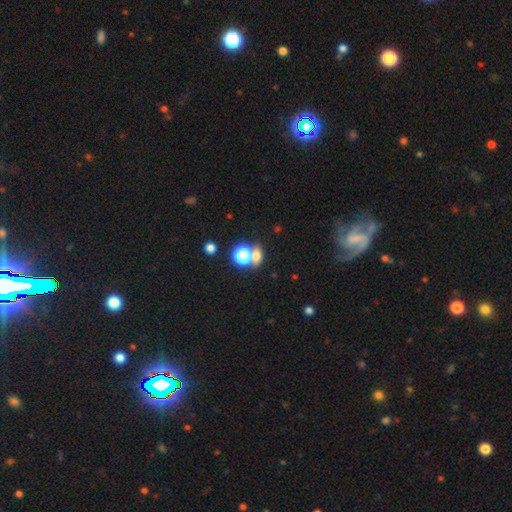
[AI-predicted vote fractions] Q: Smooth or featured?
A: smooth (63%); runner-up: star or artifact (25%)
Q: How rounded?
A: round (48%); runner-up: in between (47%)
Q: Merging?
A: none (50%); runner-up: merger (37%)